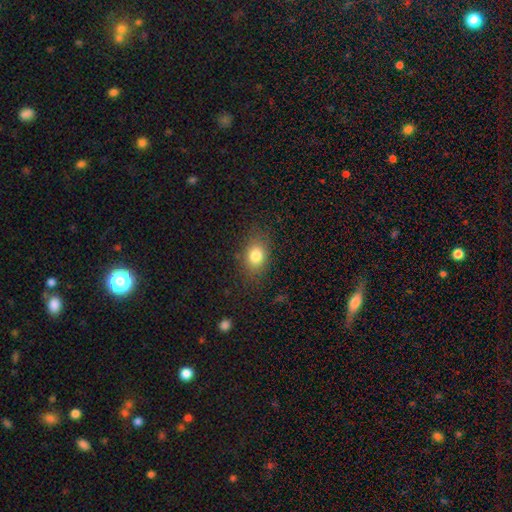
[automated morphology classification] Q: Smooth or featured?
A: smooth (80%); runner-up: star or artifact (11%)
Q: How rounded?
A: in between (68%); runner-up: round (30%)
Q: Merging?
A: none (81%); runner-up: minor disturbance (13%)